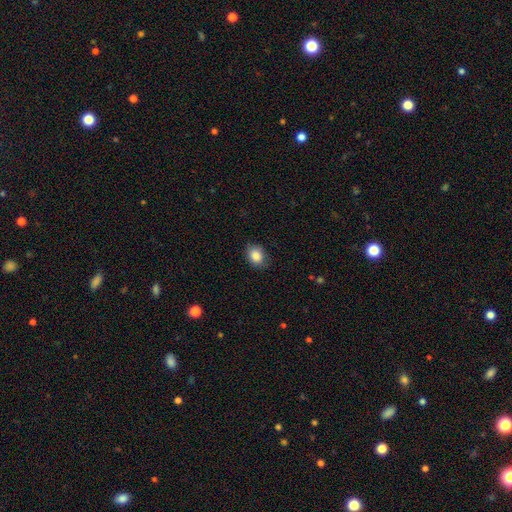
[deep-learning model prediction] smooth-or-featured: smooth: 86% | star or artifact: 9% | featured or disk: 5%
  how-rounded: round: 54% | in between: 45% | cigar-shaped: 1%
  merging: none: 80% | minor disturbance: 16% | major disturbance: 3% | merger: 1%